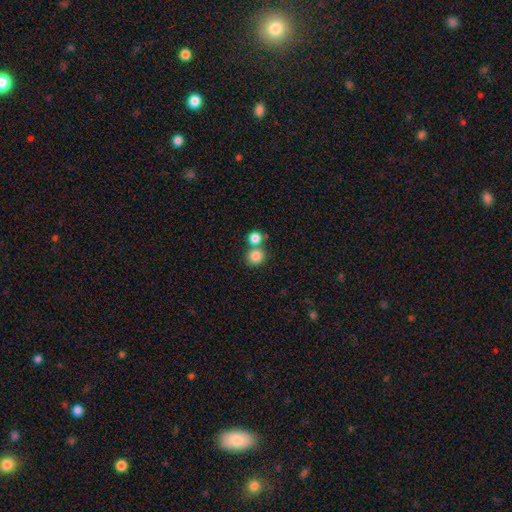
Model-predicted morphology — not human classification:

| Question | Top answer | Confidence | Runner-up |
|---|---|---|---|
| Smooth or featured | smooth | 83% | star or artifact (11%) |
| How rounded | round | 88% | in between (11%) |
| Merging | none | 56% | merger (35%) |